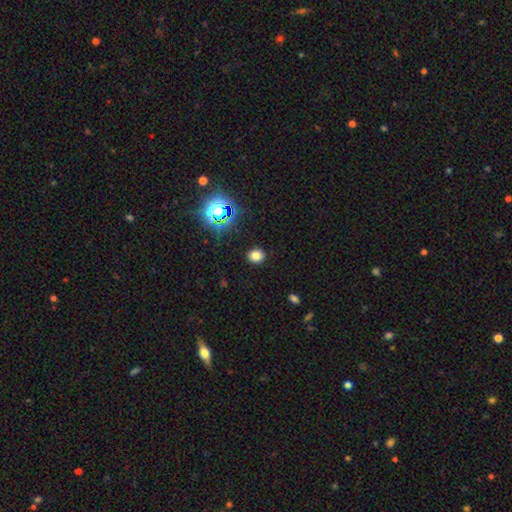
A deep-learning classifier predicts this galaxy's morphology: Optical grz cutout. It shows a smooth galaxy with no disk features (76%) that is round (71%). Merging: none (89%).